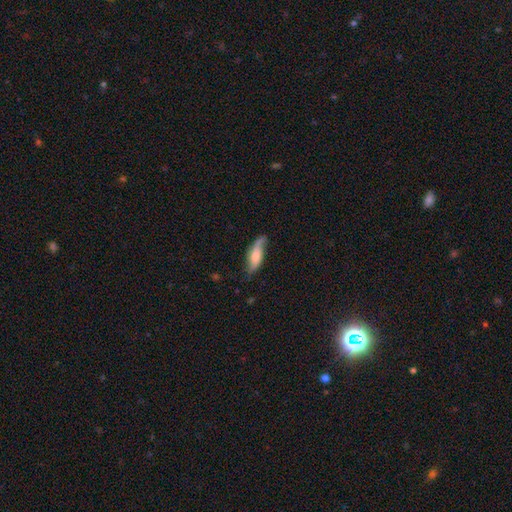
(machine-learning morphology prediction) Overall: featured or disk (50%; smooth 44%). Merging: none (60%; minor disturbance 27%).